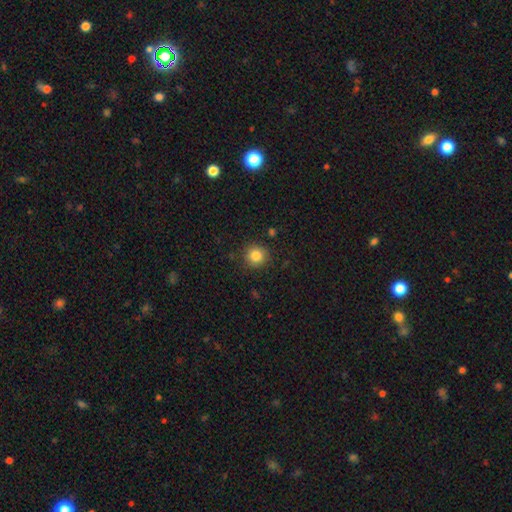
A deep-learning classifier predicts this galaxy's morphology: The model was most divided on "smooth or featured": smooth: 84%, star or artifact: 11%, featured or disk: 6%. More confident: how rounded — round (92%); merging — none (89%).